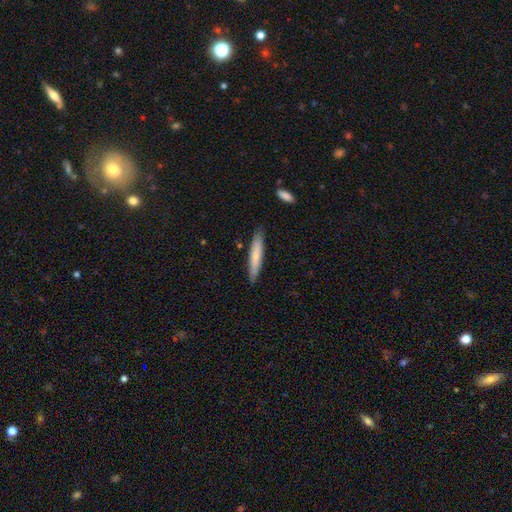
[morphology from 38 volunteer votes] Volunteers were most divided on "smooth or featured": smooth: 74%, featured or disk: 24%, star or artifact: 3%. More confident: how rounded — cigar-shaped (96%); merging — none (81%).